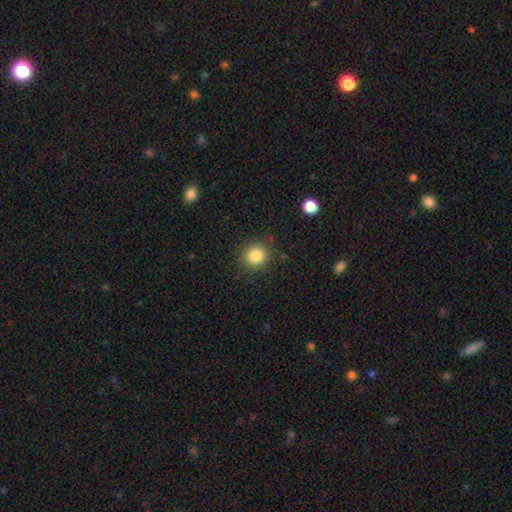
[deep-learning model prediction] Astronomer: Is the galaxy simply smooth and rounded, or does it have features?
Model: smooth — 84%.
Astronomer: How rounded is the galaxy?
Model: round — 86%.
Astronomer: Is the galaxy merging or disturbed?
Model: none — 86%.